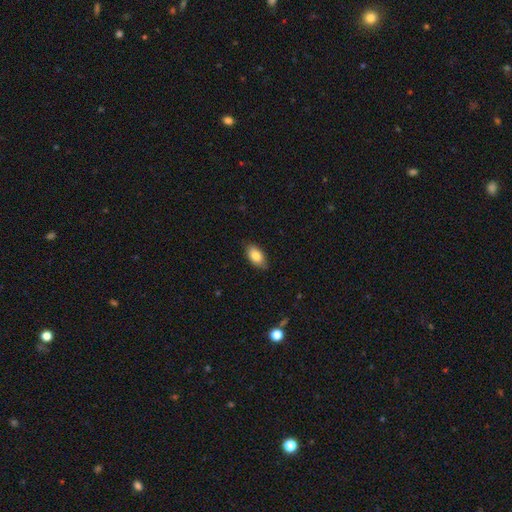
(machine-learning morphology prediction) type=smooth (84%); roundness=in between (93%); merging=none (84%).